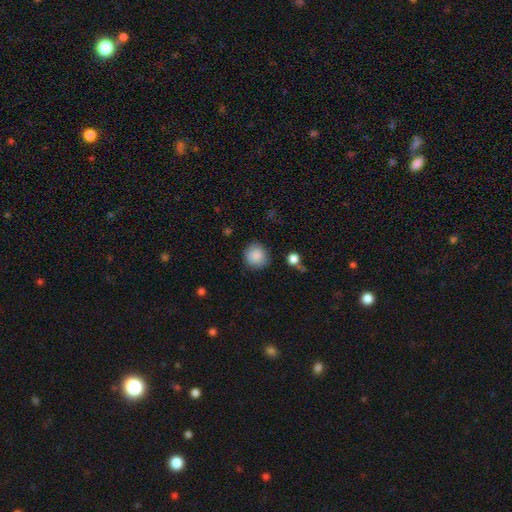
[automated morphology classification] smooth_or_featured: smooth (p=0.88) [alt: star or artifact p=0.08]
how_rounded: round (p=0.92) [alt: in between p=0.07]
merging: none (p=0.86) [alt: minor disturbance p=0.09]